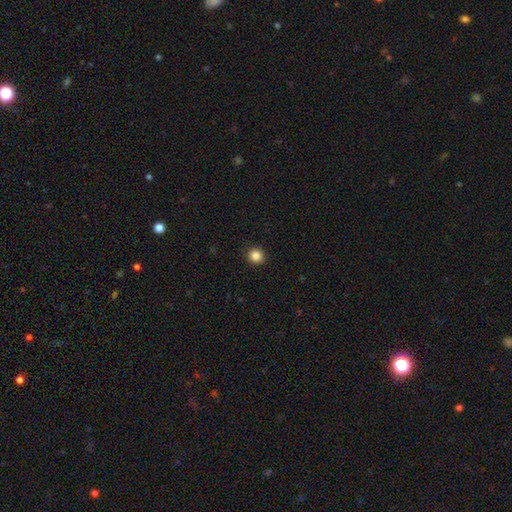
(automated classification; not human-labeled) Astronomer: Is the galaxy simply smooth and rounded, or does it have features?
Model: smooth — 85%.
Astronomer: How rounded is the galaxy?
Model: round — 92%.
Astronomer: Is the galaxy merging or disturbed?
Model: none — 93%.